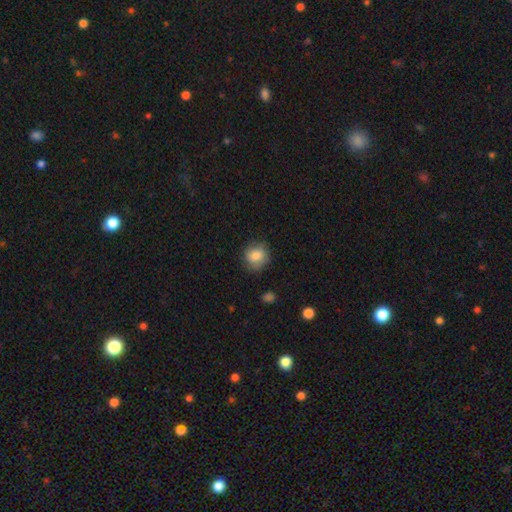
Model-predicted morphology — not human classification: smooth 82%, featured or disk 10%, star or artifact 8%. Down the decision tree: how rounded — round (74%); merging — none (76%).